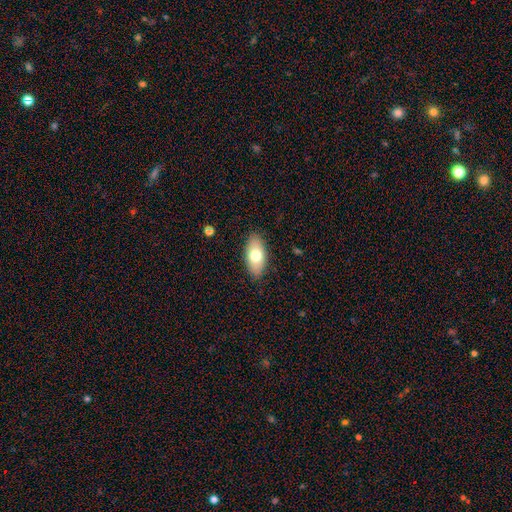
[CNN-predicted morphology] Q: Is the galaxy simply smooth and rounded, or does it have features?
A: smooth — 72%.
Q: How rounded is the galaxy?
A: in between — 92%.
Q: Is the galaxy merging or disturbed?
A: none — 87%.